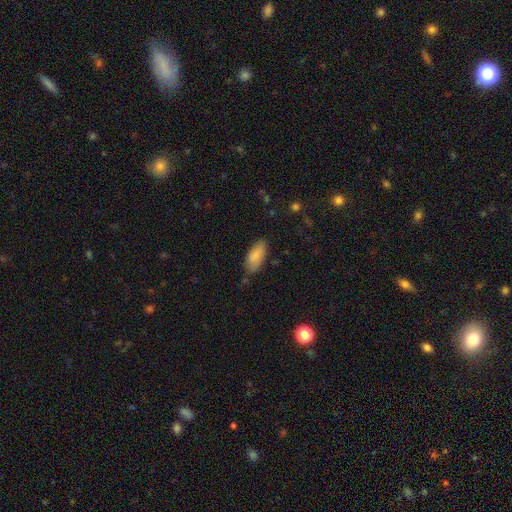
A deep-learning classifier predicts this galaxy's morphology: Smooth or featured? Predicted: smooth (p=0.85). How rounded? Predicted: in between (p=0.87). Merging? Predicted: none (p=0.71).